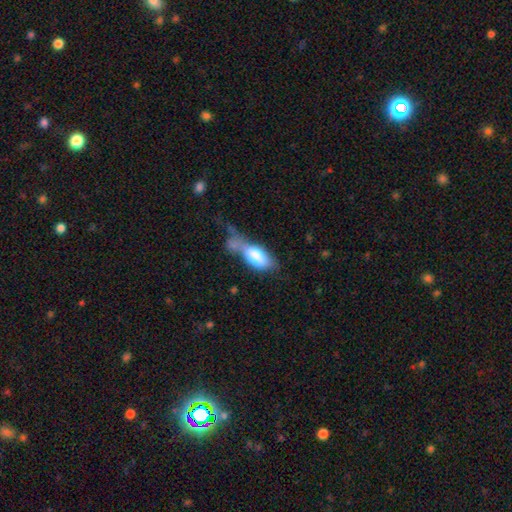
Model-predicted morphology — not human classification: Smooth or featured? smooth (72%)
How rounded? in between (84%)
Merging? major disturbance (37%)